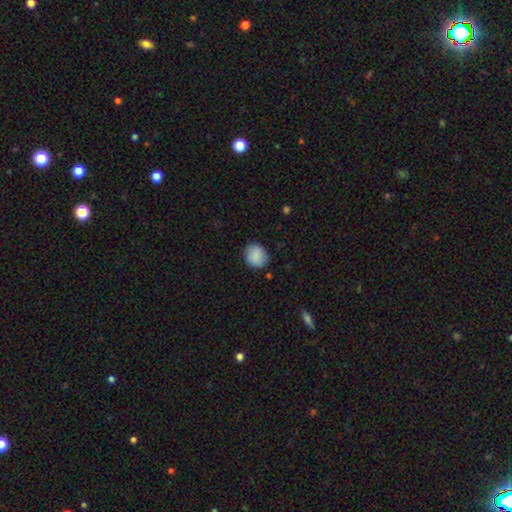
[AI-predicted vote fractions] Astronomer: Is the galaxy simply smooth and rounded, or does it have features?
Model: smooth — 89%.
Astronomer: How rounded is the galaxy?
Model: round — 74%.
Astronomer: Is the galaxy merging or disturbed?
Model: none — 85%.